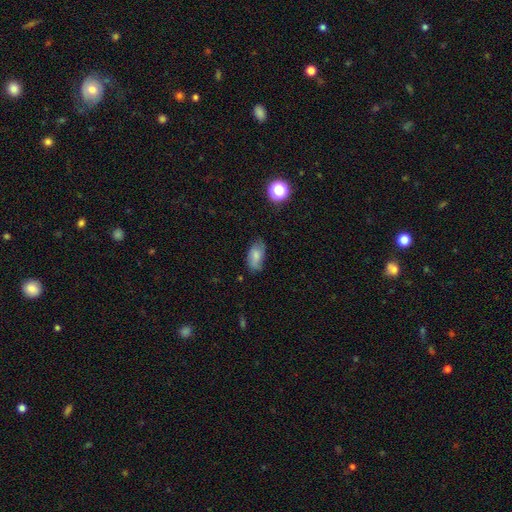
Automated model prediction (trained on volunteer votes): A smooth galaxy with no disk features (76%) that is in between round and cigar-shaped (91%). Merging: none (64%).